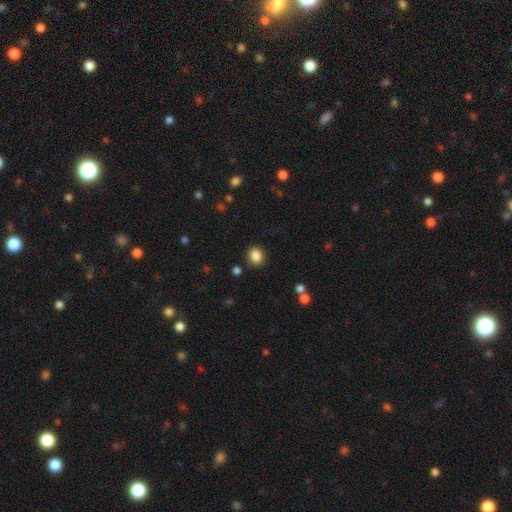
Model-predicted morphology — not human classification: Smooth or featured? smooth (86%)
How rounded? round (59%)
Merging? none (86%)